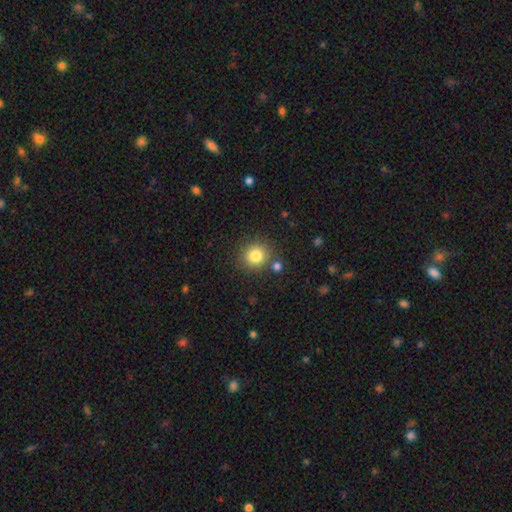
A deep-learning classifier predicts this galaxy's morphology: Smooth or featured? smooth (82%)
How rounded? round (90%)
Merging? none (83%)